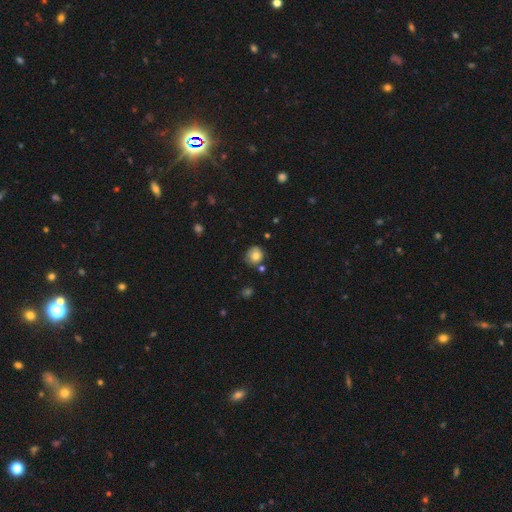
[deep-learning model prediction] Overall: smooth (77%). How rounded: round (86%). Merging: none (74%).